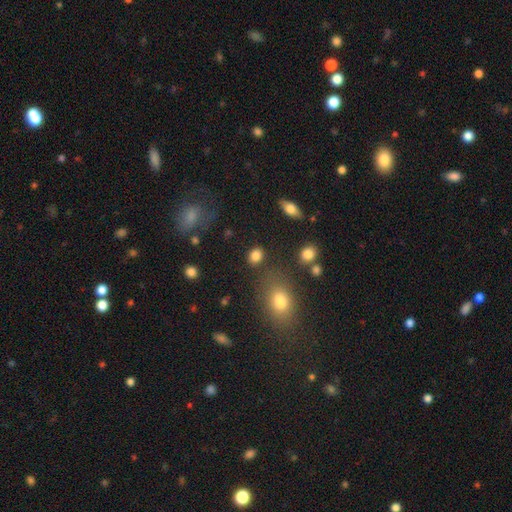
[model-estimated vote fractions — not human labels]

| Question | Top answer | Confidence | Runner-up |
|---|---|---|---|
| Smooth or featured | smooth | 83% | star or artifact (11%) |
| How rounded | in between | 57% | round (42%) |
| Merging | none | 78% | minor disturbance (12%) |